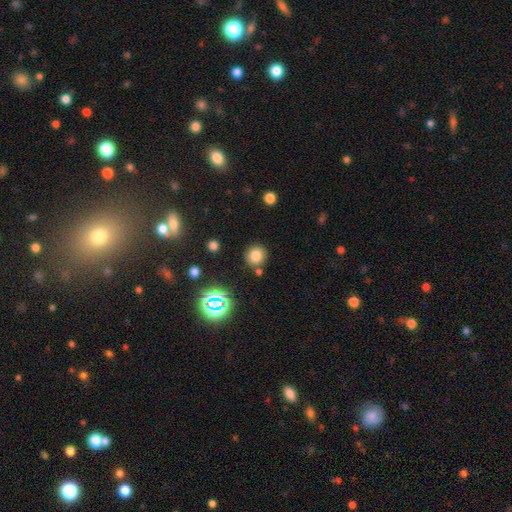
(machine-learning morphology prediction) smooth 76%, star or artifact 17%, featured or disk 7%. Down the decision tree: how rounded — round (90%); merging — none (81%).